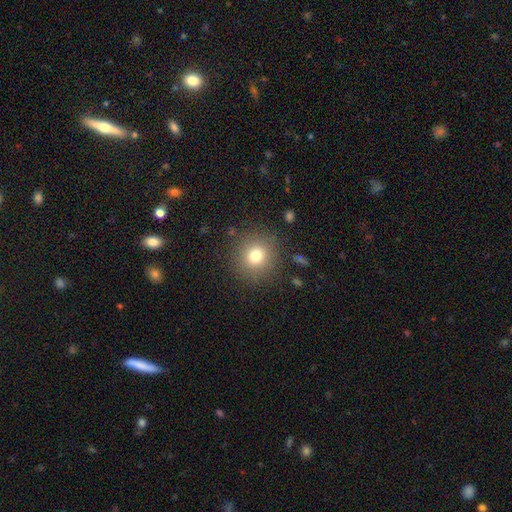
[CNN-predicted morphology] type=smooth (76%); roundness=round (92%); merging=none (87%).